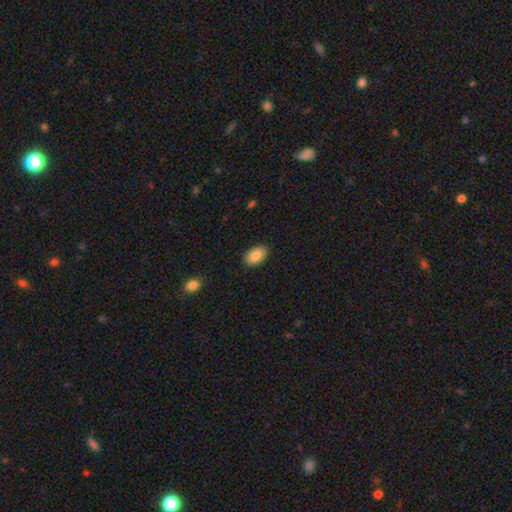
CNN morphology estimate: Smooth or featured?
  - smooth: 87% *
  - star or artifact: 7%
  - featured or disk: 6%
How rounded?
  - in between: 92% *
  - round: 7%
  - cigar-shaped: 1%
Merging?
  - none: 88% *
  - minor disturbance: 9%
  - major disturbance: 2%
  - merger: 1%